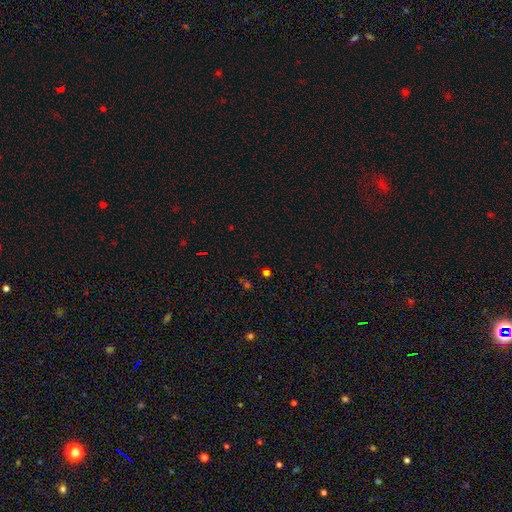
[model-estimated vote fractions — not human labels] A star or artifact, not a galaxy (57%).